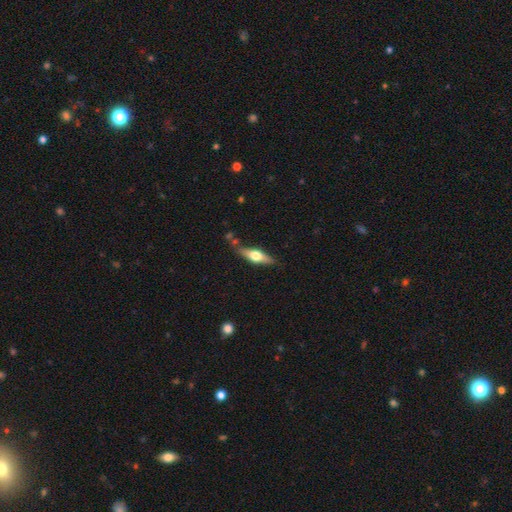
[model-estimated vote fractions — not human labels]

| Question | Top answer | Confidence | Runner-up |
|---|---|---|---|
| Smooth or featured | featured or disk | 53% | smooth (41%) |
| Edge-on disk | yes | 90% | no (10%) |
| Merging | none | 75% | minor disturbance (16%) |